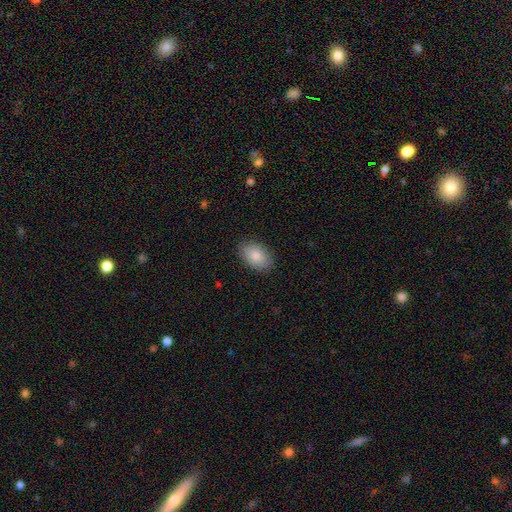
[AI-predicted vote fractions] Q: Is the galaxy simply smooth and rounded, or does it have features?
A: smooth — 84%.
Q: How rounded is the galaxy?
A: in between — 90%.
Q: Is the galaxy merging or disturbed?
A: none — 87%.